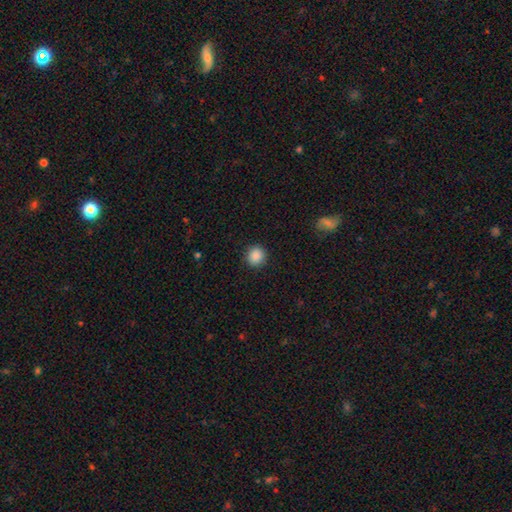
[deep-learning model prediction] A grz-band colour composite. It shows a smooth galaxy with no disk features (88%) that is round (89%). Merging: none (91%).